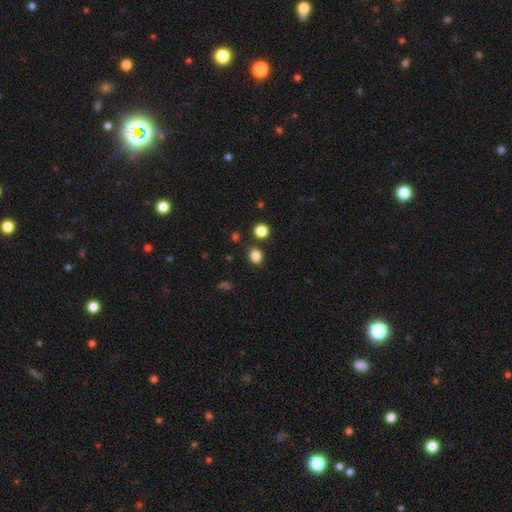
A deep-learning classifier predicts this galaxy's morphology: Q: Smooth or featured?
A: smooth (84%); runner-up: star or artifact (12%)
Q: How rounded?
A: round (55%); runner-up: in between (44%)
Q: Merging?
A: none (84%); runner-up: minor disturbance (9%)